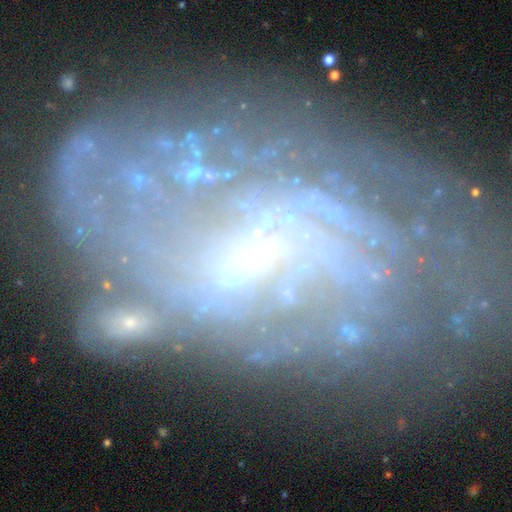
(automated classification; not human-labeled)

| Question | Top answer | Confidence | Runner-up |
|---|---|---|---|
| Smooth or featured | featured or disk | 74% | smooth (13%) |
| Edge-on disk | no | 94% | yes (6%) |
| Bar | weak | 38% | tied: no (38%) |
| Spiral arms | yes | 70% | no (30%) |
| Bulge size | small | 44% | none (34%) |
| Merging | none | 46% | major disturbance (23%) |